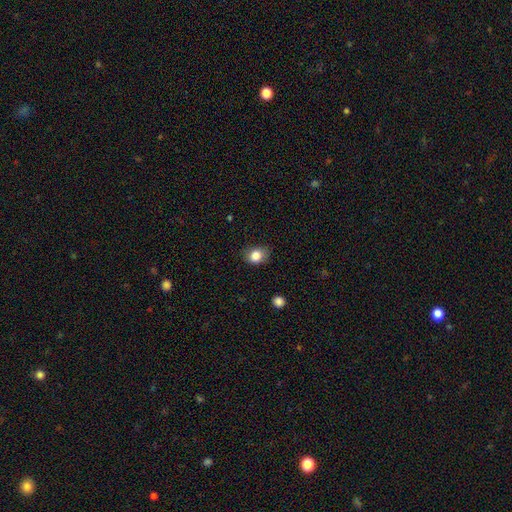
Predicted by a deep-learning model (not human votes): Morphology: type=smooth (83%); roundness=round (50%); merging=none (72%).